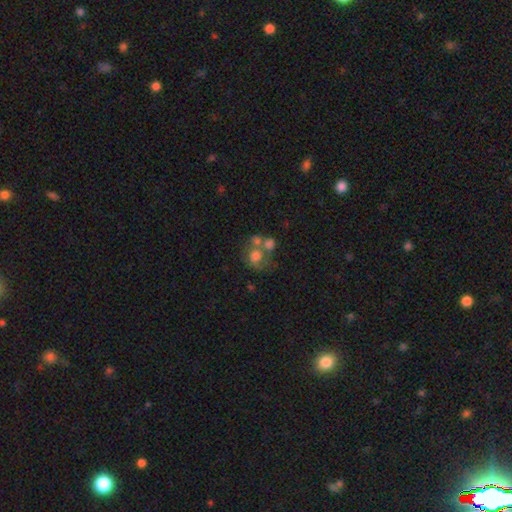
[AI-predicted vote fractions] This is possibly a smooth galaxy (55%). How rounded: likely round (66%). Merging: possibly merger (48%).